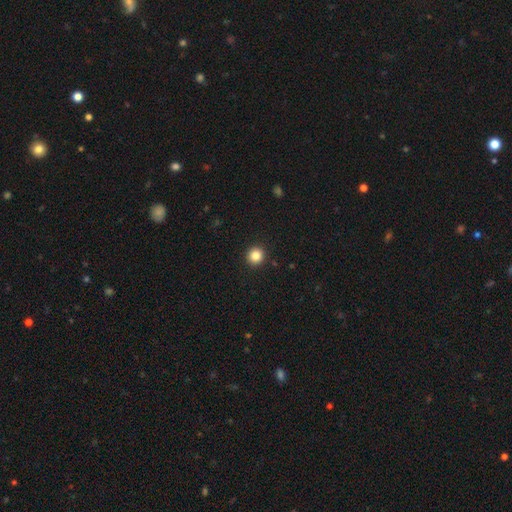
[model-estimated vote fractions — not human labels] smooth_or_featured: smooth (p=0.84) [alt: star or artifact p=0.11]
how_rounded: round (p=0.93) [alt: in between p=0.06]
merging: none (p=0.93) [alt: minor disturbance p=0.04]